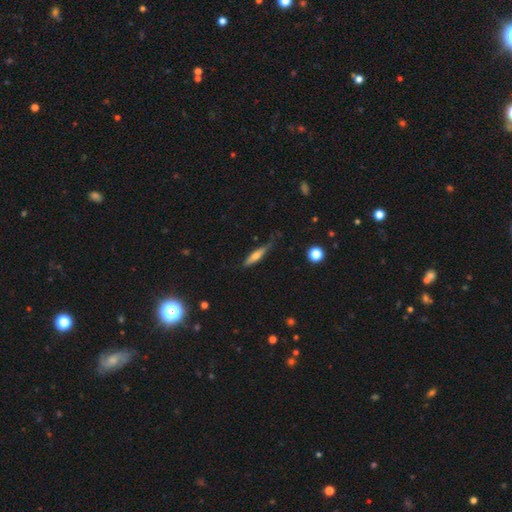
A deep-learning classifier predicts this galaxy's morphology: Smooth or featured: smooth — 52% (featured or disk — 41%)
How rounded: cigar-shaped — 80% (in between — 18%)
Merging: none — 66% (minor disturbance — 26%)